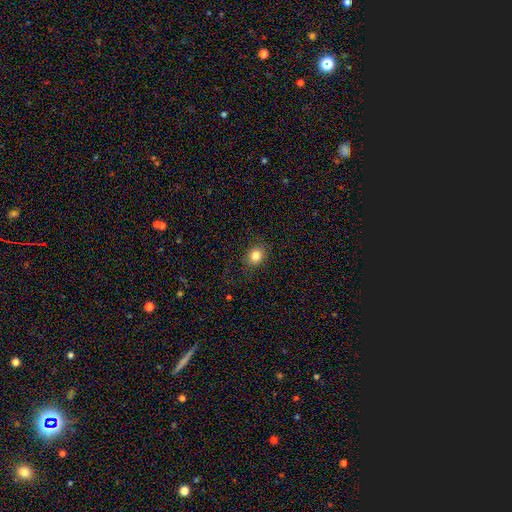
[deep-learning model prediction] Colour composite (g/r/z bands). It shows a smooth galaxy with no disk features (82%) that is round (66%). Merging: none (86%).